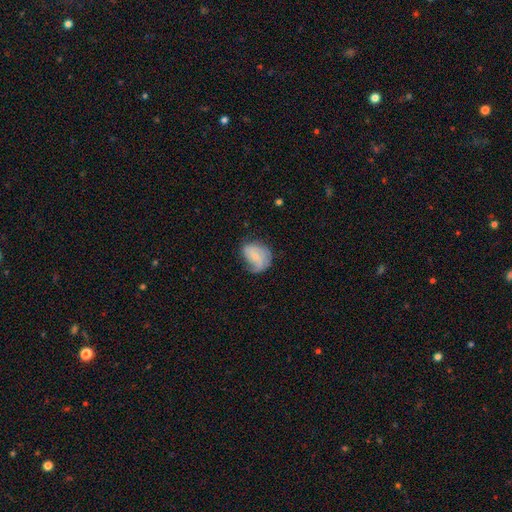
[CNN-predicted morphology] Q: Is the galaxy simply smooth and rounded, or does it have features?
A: featured or disk — 53%.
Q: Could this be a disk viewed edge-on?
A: no — 97%.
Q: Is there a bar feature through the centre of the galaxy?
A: no — 54%.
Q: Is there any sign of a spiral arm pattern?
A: yes — 82%.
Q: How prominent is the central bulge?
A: small — 63%.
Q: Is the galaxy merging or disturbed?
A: none — 47%.